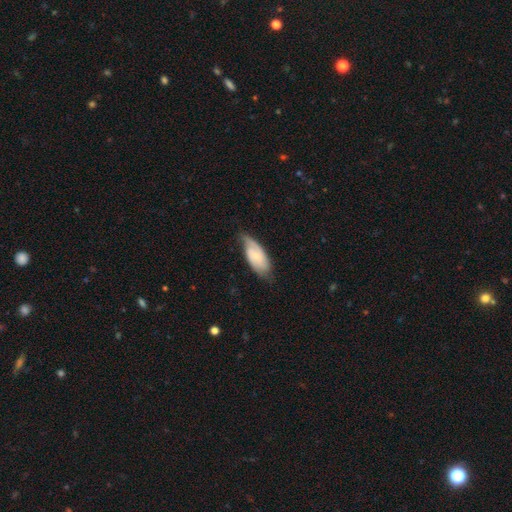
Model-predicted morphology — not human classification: smooth_or_featured: featured or disk (p=0.54) [alt: smooth p=0.40]
disk_edge_on: no (p=0.91) [alt: yes p=0.09]
merging: none (p=0.60) [alt: minor disturbance p=0.29]